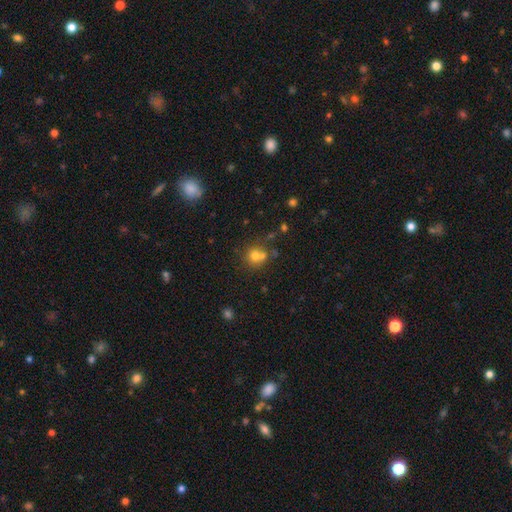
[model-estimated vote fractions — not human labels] This is likely a smooth galaxy (71%). How rounded: clearly round (86%). Merging: possibly none (52%).